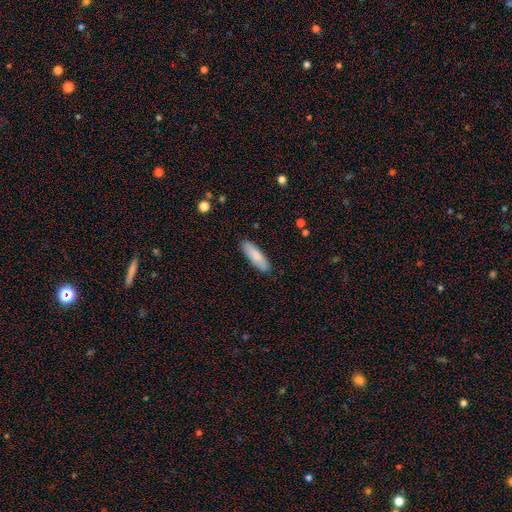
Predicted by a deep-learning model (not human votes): This is clearly a smooth galaxy (84%). How rounded: possibly cigar-shaped (50%). Merging: clearly none (88%).